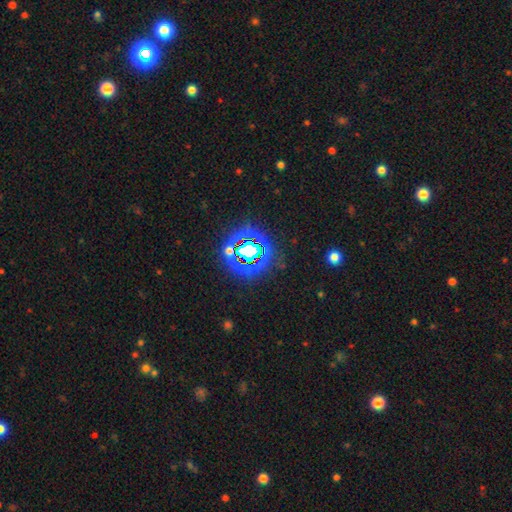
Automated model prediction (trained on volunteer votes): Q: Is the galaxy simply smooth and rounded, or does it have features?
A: star or artifact — 80%.